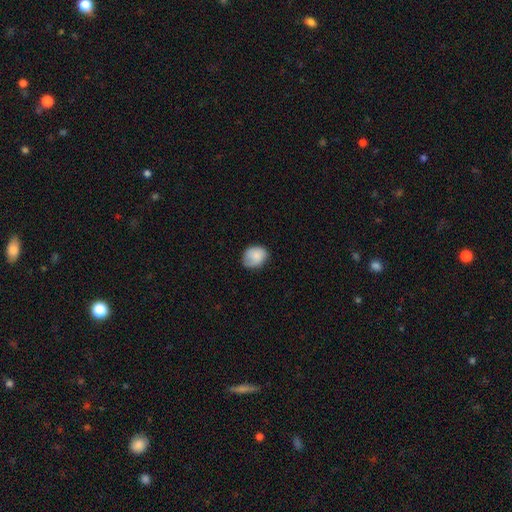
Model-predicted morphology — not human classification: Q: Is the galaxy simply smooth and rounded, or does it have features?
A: smooth — 83%.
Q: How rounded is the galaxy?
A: round — 53%.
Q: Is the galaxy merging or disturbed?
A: none — 65%.